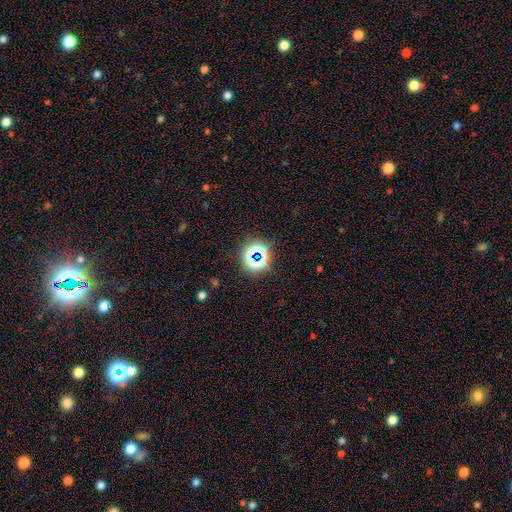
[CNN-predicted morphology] Smooth or featured?
  - star or artifact: 69% *
  - smooth: 22%
  - featured or disk: 9%